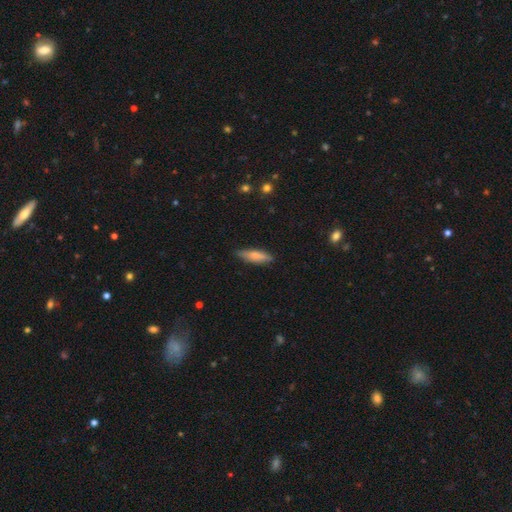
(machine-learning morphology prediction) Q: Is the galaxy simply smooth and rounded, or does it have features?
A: smooth — 72%.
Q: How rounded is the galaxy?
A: cigar-shaped — 62%.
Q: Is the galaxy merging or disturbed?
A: none — 83%.